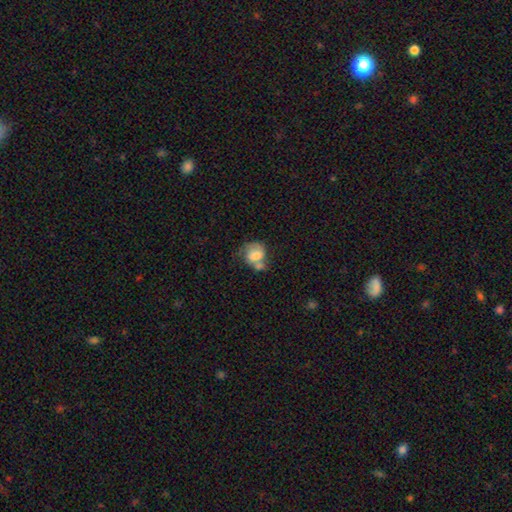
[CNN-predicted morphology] Overall: smooth (55%; featured or disk 36%). How rounded: round (58%; in between 41%). Merging: merger (41%; none 26%).